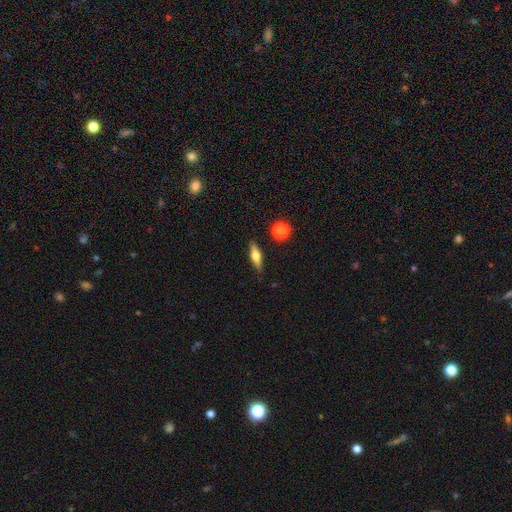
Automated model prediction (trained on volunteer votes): Morphology: type=smooth (47%); merging=none (86%).